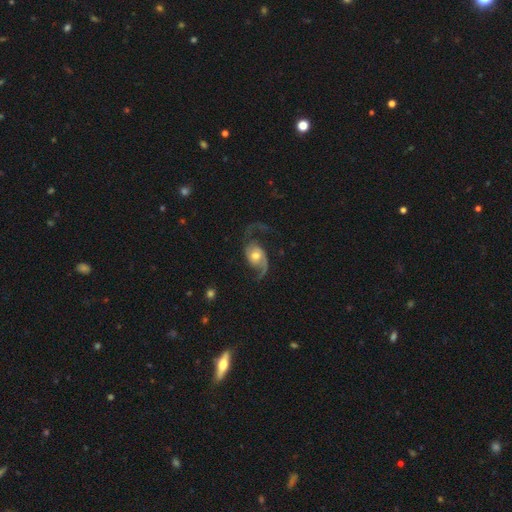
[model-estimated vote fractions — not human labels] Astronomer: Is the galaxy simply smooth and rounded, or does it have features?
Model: featured or disk — 86%.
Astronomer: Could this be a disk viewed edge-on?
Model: no — 97%.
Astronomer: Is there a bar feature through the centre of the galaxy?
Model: no — 66%.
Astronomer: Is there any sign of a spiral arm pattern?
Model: yes — 96%.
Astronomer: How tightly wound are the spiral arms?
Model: loose — 71%.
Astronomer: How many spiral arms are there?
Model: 2 — 91%.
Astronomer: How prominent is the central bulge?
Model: moderate — 69%.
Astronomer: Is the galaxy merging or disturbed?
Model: none — 64%.